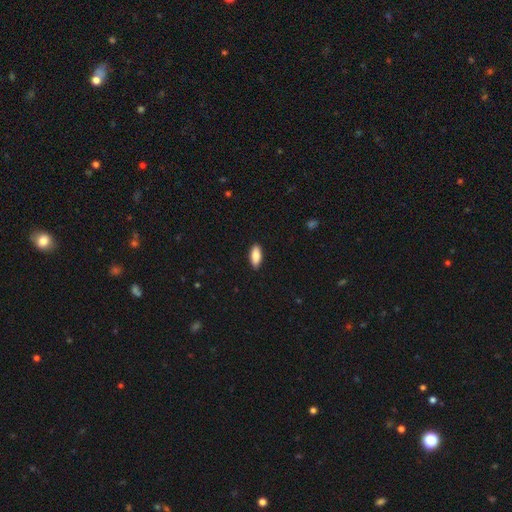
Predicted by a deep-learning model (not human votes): smooth-or-featured: smooth: 86% | featured or disk: 8% | star or artifact: 6%
  how-rounded: in between: 78% | cigar-shaped: 20% | round: 2%
  merging: none: 89% | minor disturbance: 8% | major disturbance: 2% | merger: 1%